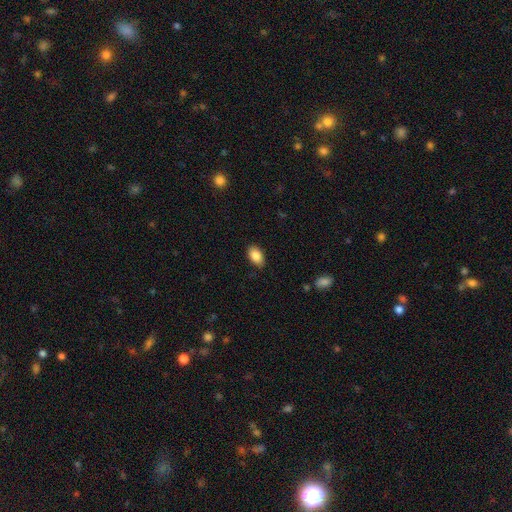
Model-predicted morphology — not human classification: The model was most divided on "merging": none: 85%, minor disturbance: 12%, major disturbance: 2%, merger: 1%. More confident: how rounded — in between (90%); smooth or featured — smooth (87%).